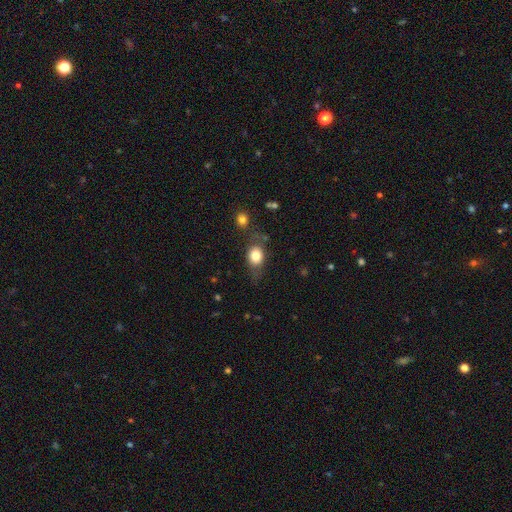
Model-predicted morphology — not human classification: This appears to be a smooth galaxy with no disk features (76%) that is in between round and cigar-shaped (57%). Merging: none (63%).